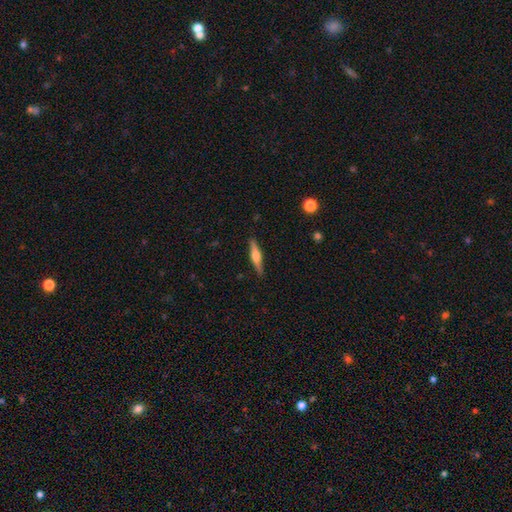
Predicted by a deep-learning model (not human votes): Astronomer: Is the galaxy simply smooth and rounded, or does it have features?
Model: featured or disk — 58% (runner-up: smooth, 36%).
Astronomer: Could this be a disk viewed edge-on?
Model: yes — 97%.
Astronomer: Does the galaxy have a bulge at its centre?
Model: rounded — 85%.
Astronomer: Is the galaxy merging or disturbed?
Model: none — 89%.